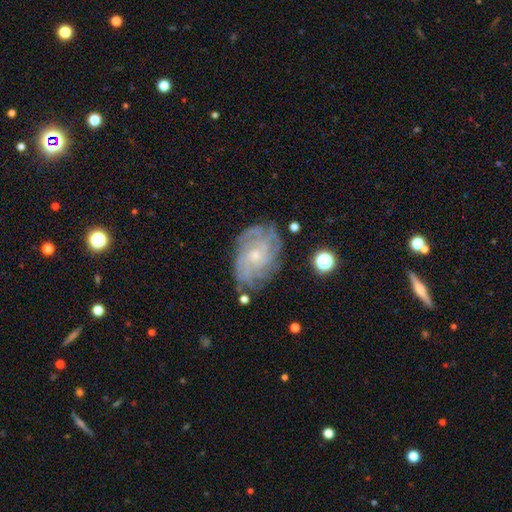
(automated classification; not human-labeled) The model was most divided on "spiral arm count": can't tell: 37%, 4: 23%, more than 4: 14%, 3: 12%, 2: 8%, 1: 6%. More confident: edge-on disk — no (97%); spiral arms — yes (95%); smooth or featured — featured or disk (81%); bar — no (75%); merging — none (73%); bulge size — small (69%); spiral winding — tight (66%).